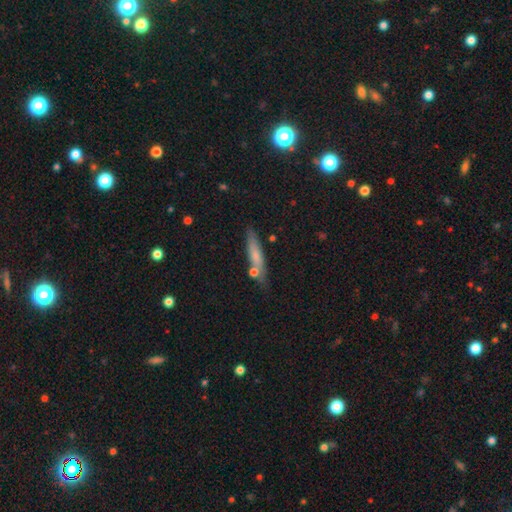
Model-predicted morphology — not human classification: Smooth or featured: smooth — 66% (featured or disk — 27%)
How rounded: cigar-shaped — 84% (in between — 14%)
Merging: none — 73% (minor disturbance — 15%)